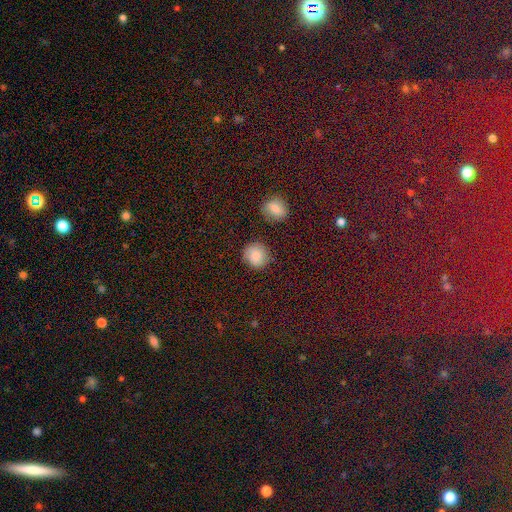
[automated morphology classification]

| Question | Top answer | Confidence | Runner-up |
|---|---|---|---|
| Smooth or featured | smooth | 79% | star or artifact (11%) |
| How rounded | round | 89% | in between (10%) |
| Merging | none | 80% | minor disturbance (14%) |